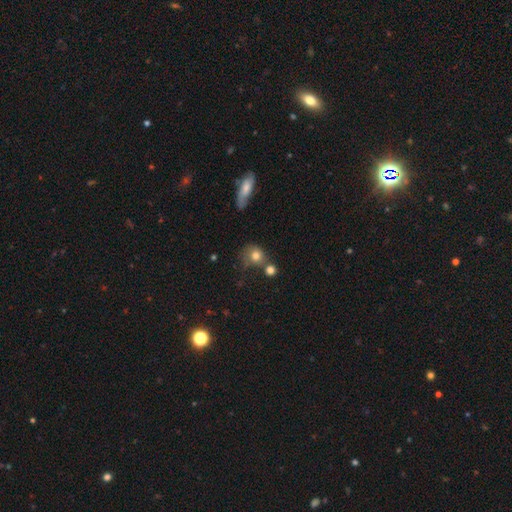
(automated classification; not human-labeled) Smooth or featured? Predicted: smooth (p=0.77). How rounded? Predicted: round (p=0.77). Merging? Predicted: none (p=0.45).